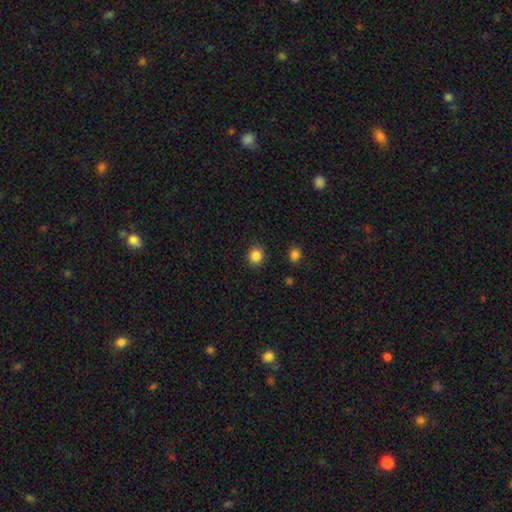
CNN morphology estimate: The model was most divided on "how rounded": round: 82%, in between: 17%, cigar-shaped: 1%. More confident: merging — none (89%); smooth or featured — smooth (86%).